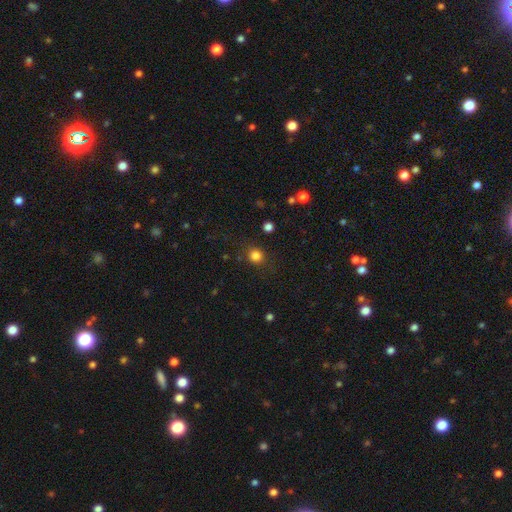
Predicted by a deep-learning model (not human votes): smooth-or-featured: smooth: 82% | star or artifact: 13% | featured or disk: 5%
  how-rounded: round: 87% | in between: 12% | cigar-shaped: 1%
  merging: none: 85% | minor disturbance: 10% | major disturbance: 4% | merger: 2%